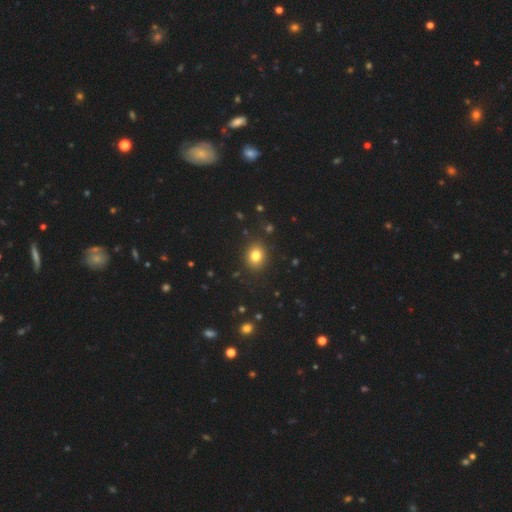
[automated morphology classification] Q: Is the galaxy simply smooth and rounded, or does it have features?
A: smooth — 81%.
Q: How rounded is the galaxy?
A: round — 63%.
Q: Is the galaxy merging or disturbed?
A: none — 89%.